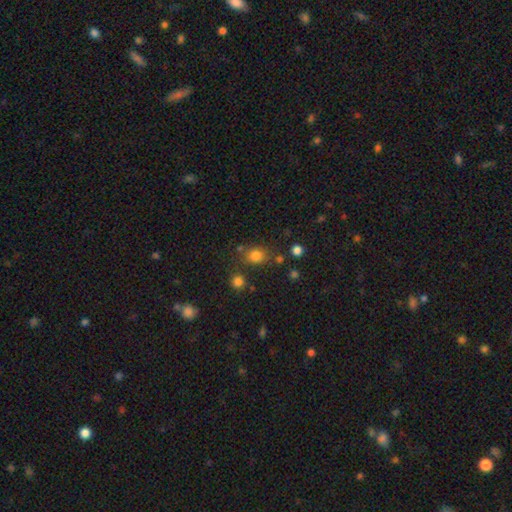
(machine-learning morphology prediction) smooth 79%, star or artifact 15%, featured or disk 6%. Down the decision tree: how rounded — round (66%); merging — none (72%).